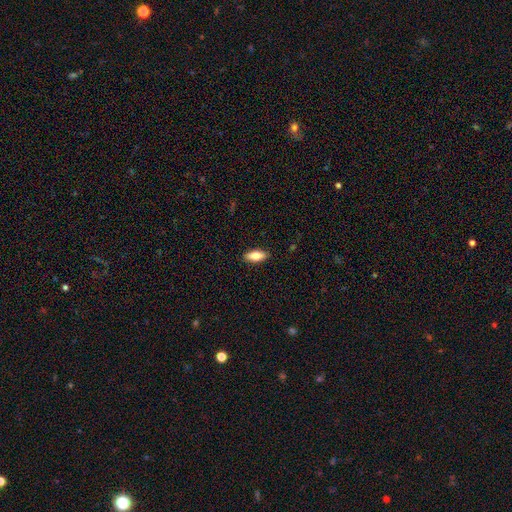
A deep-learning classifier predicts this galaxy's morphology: Smooth or featured? smooth (77%)
How rounded? in between (83%)
Merging? none (89%)